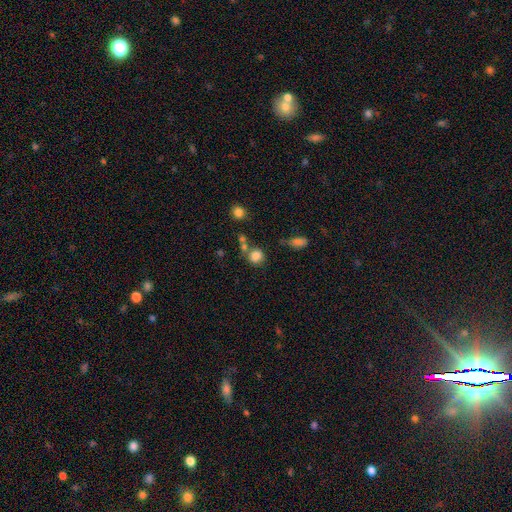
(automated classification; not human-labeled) This appears to be a smooth galaxy with no disk features (81%) that is round (83%). Merging: none (62%).